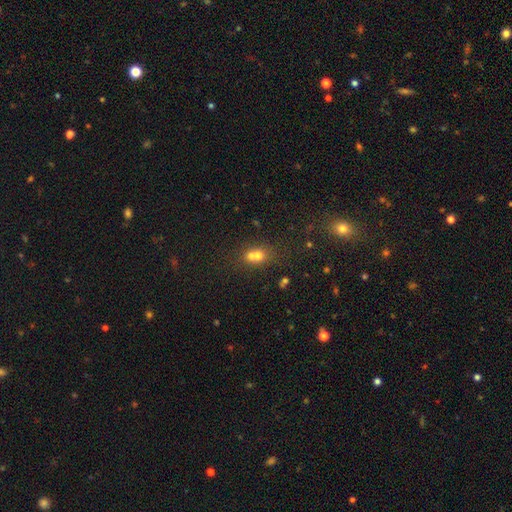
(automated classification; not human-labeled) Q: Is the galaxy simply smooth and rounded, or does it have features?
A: smooth — 65%.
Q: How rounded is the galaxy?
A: round — 59%.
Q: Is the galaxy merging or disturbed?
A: merger — 61%.